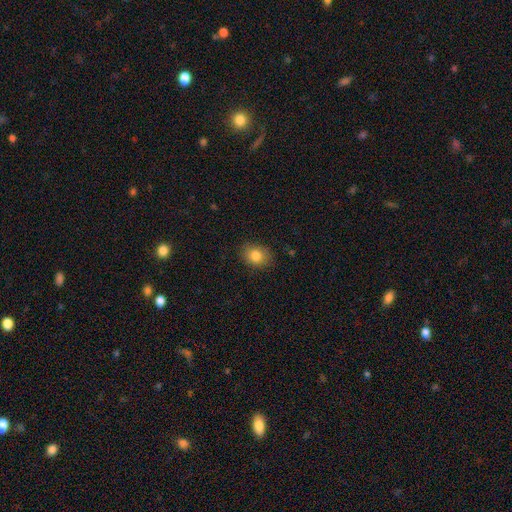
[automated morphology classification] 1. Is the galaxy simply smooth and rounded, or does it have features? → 82% smooth, 10% star or artifact, 8% featured or disk.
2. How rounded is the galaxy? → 55% in between, 44% round, 1% cigar-shaped.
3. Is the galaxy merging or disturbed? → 84% none, 12% minor disturbance, 3% major disturbance, 1% merger.